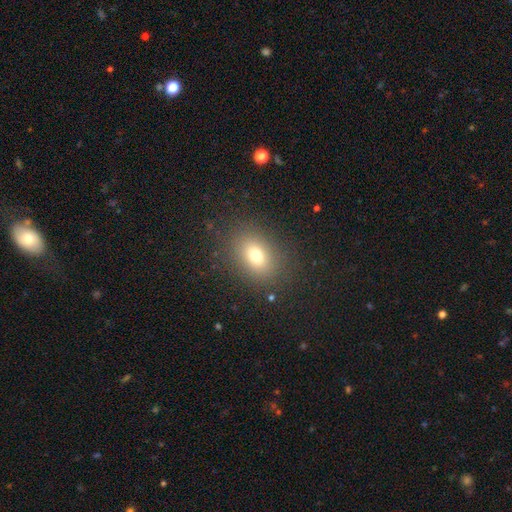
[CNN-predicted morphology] This is likely a smooth galaxy (75%). How rounded: likely in between (71%). Merging: clearly none (85%).